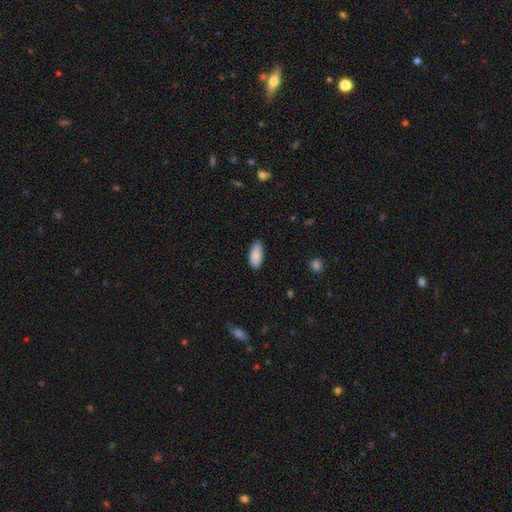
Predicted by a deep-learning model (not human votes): Overall: smooth (88%). How rounded: in between (90%). Merging: none (82%).